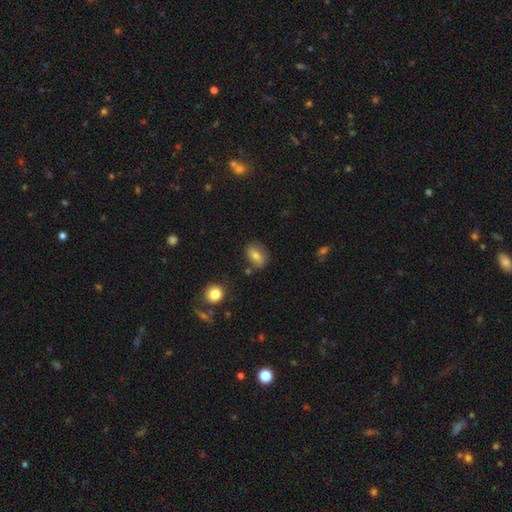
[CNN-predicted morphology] Smooth or featured? smooth (75%)
How rounded? in between (77%)
Merging? none (79%)